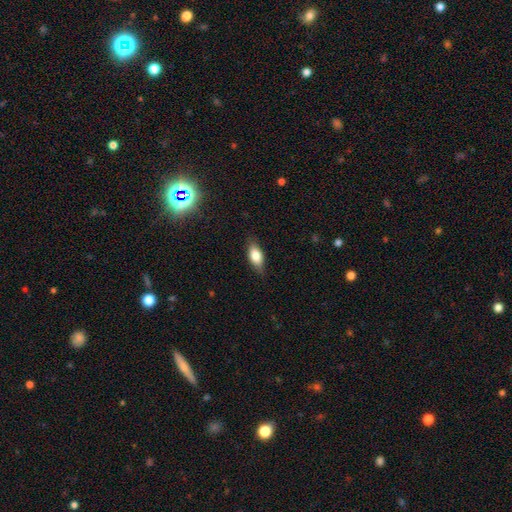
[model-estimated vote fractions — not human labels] A smooth galaxy with no disk features (79%) that is in between round and cigar-shaped (85%). Merging: none (82%).